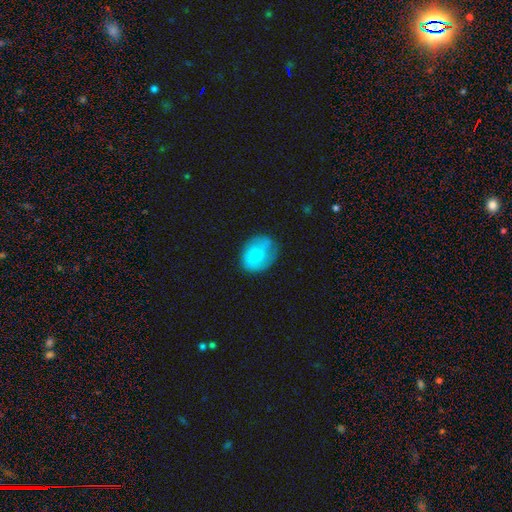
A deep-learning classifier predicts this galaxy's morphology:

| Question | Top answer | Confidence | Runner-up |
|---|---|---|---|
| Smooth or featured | smooth | 67% | featured or disk (26%) |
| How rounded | in between | 60% | round (39%) |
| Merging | none | 55% | minor disturbance (29%) |